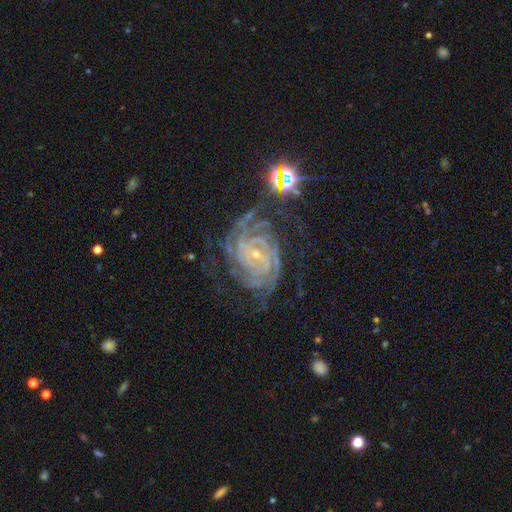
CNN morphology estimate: type=featured or disk (87%); edge-on=no (97%); bar=no (48%); spiral arms=yes (98%); winding=tight (77%); arm count=can't tell (22%, tied with 4); bulge=small (83%); merging=none (68%).